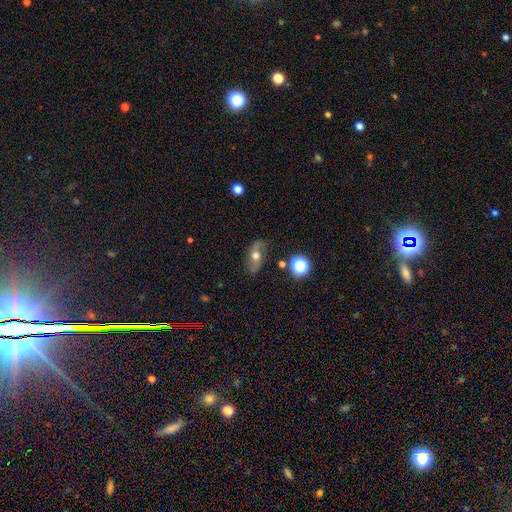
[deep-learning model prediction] A featured or disk galaxy (57%).

Vote fractions:
- Smooth or featured? featured or disk: 57% / smooth: 33% / star or artifact: 10%
- Edge-on disk? no: 86% / yes: 14%
- Merging? none: 77% / minor disturbance: 16% / major disturbance: 5% / merger: 2%